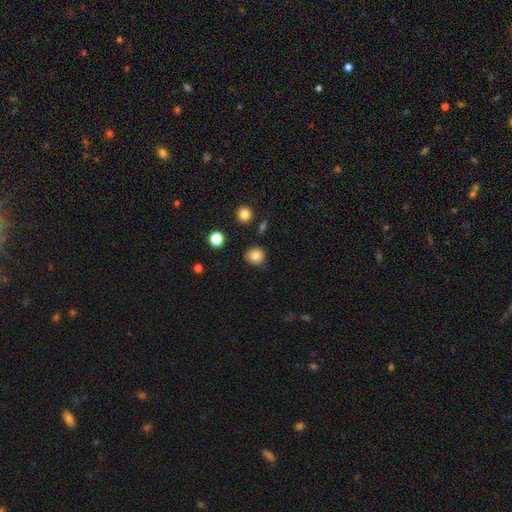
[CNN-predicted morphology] The model was most divided on "merging": none: 82%, minor disturbance: 12%, major disturbance: 3%, merger: 3%. More confident: how rounded — round (87%); smooth or featured — smooth (84%).